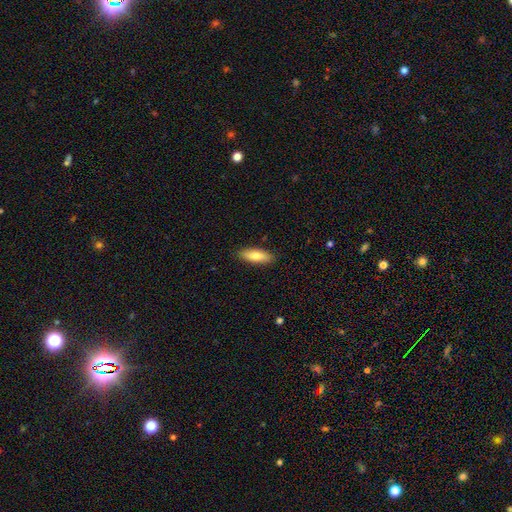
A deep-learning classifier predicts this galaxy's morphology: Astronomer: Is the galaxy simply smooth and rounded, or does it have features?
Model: smooth — 77%.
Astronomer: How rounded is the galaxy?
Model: in between — 59% (runner-up: cigar-shaped, 39%).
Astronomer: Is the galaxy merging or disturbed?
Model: none — 88%.